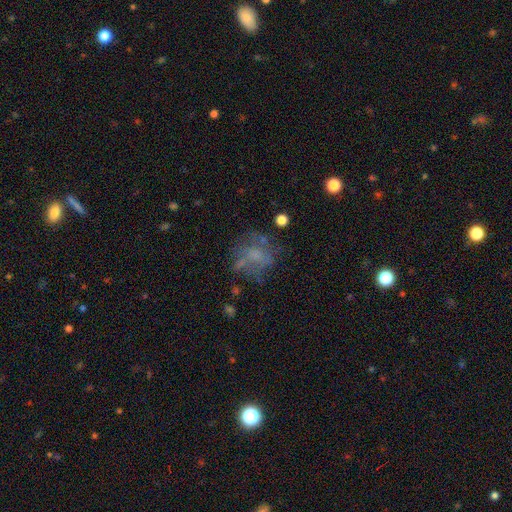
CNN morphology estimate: Q: Smooth or featured?
A: featured or disk (45%); runner-up: smooth (37%)
Q: Merging?
A: none (51%); runner-up: major disturbance (24%)